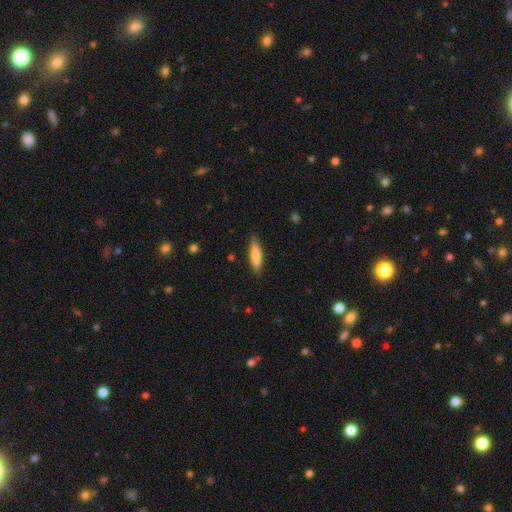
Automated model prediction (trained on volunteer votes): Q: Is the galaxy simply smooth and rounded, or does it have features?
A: smooth — 73%.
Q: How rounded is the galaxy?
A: cigar-shaped — 76%.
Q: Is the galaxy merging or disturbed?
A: none — 87%.